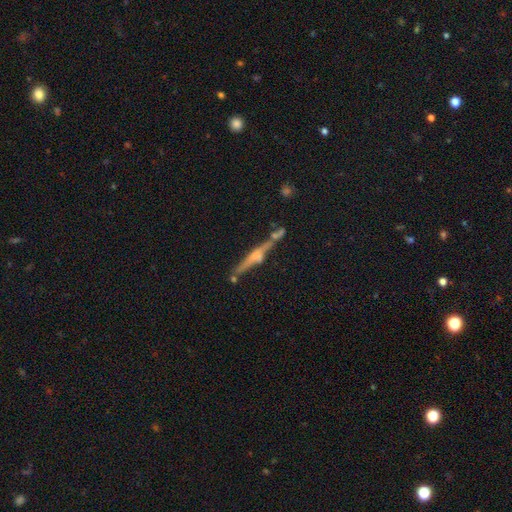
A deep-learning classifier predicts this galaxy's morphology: type=featured or disk (73%); edge-on=yes (96%); edge-on bulge=rounded (62%); merging=none (70%).